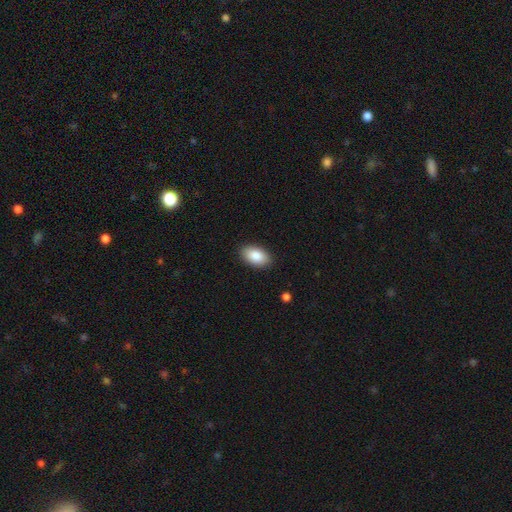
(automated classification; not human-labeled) A smooth galaxy with no disk features (88%) that is in between round and cigar-shaped (94%).

Vote fractions:
- Smooth or featured? smooth: 88% / star or artifact: 6% / featured or disk: 6%
- How rounded? in between: 94% / round: 5% / cigar-shaped: 1%
- Merging? none: 89% / minor disturbance: 8% / major disturbance: 2% / merger: 1%